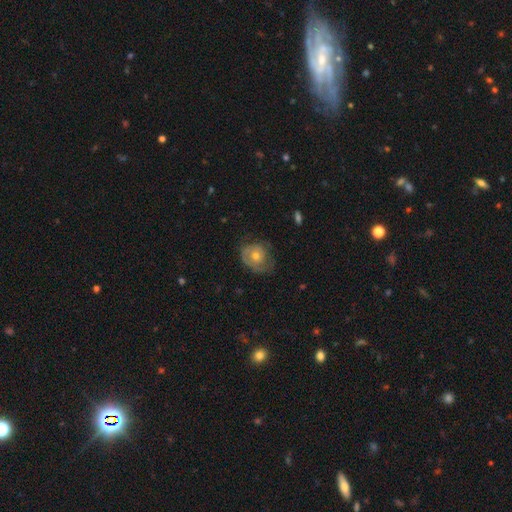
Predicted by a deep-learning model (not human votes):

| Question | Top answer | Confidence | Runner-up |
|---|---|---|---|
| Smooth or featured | featured or disk | 58% | smooth (33%) |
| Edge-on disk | no | 96% | yes (4%) |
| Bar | no | 84% | weak (14%) |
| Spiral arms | yes | 69% | no (31%) |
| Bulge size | moderate | 59% | small (36%) |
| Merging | none | 60% | minor disturbance (25%) |